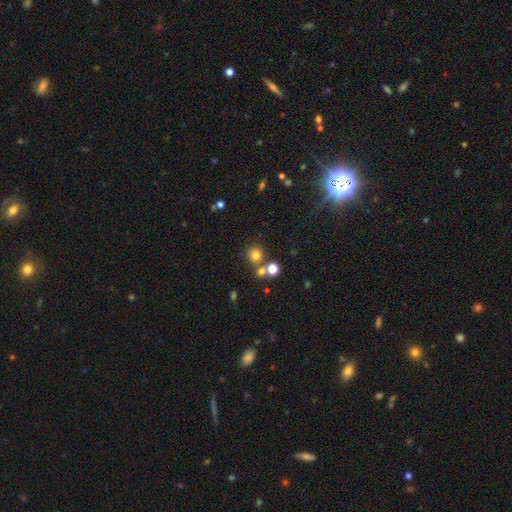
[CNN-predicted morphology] smooth-or-featured: smooth: 73% | star or artifact: 17% | featured or disk: 9%
  how-rounded: round: 90% | in between: 9% | cigar-shaped: 1%
  merging: none: 68% | merger: 21% | minor disturbance: 8% | major disturbance: 4%